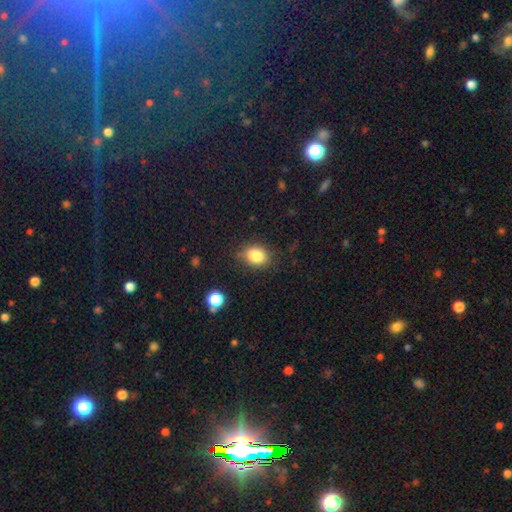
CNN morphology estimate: Smooth or featured? Predicted: smooth (p=0.83). How rounded? Predicted: in between (p=0.57). Merging? Predicted: none (p=0.76).